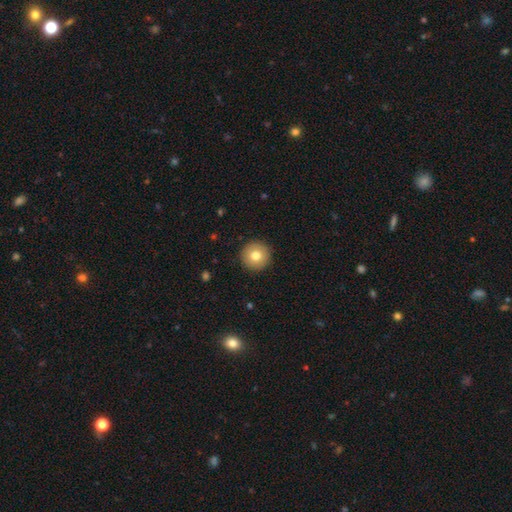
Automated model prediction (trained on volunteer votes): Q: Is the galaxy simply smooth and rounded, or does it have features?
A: smooth — 77%.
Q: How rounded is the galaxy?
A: round — 96%.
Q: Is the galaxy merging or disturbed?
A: none — 93%.